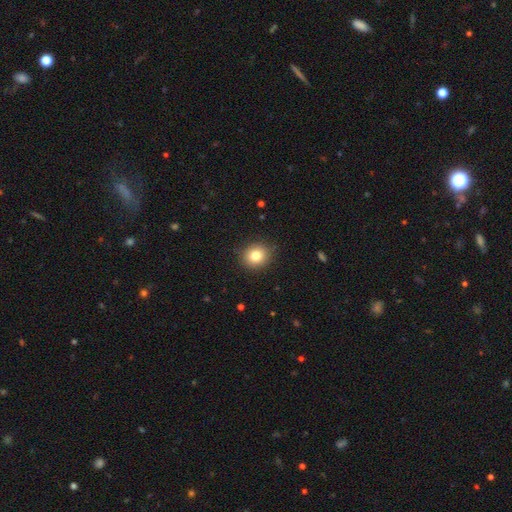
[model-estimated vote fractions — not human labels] A smooth galaxy with no disk features (80%) that is round (80%). Merging: none (89%).